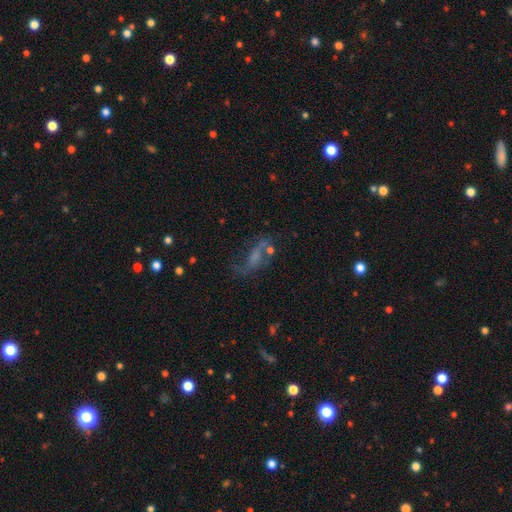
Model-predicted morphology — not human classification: Smooth or featured? featured or disk (59%)
Edge-on disk? no (89%)
Bar? no (45%)
Spiral arms? yes (74%)
Bulge size? none (42%)
Merging? none (48%)